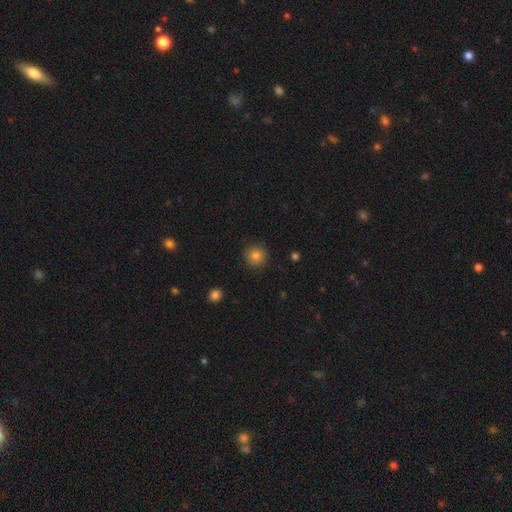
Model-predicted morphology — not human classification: smooth-or-featured: smooth: 83% | star or artifact: 11% | featured or disk: 6%
  how-rounded: round: 93% | in between: 6% | cigar-shaped: 1%
  merging: none: 89% | minor disturbance: 8% | major disturbance: 2% | merger: 1%